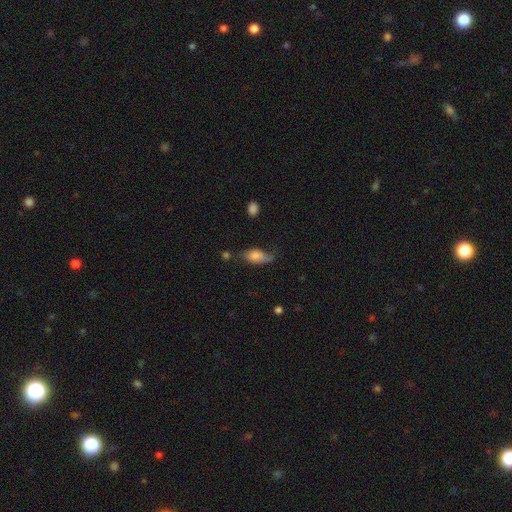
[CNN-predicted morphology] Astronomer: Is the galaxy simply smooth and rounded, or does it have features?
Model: smooth — 68%.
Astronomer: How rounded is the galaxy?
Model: in between — 85%.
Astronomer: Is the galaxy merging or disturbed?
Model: none — 46% (runner-up: minor disturbance, 35%).